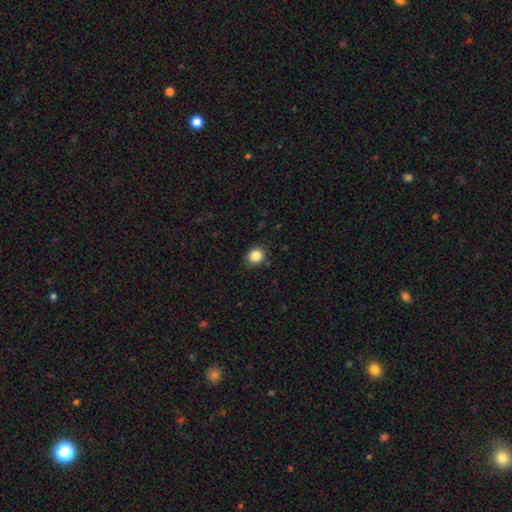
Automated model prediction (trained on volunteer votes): The model was most divided on "how rounded": round: 70%, in between: 29%, cigar-shaped: 1%. More confident: smooth or featured — smooth (86%); merging — none (86%).